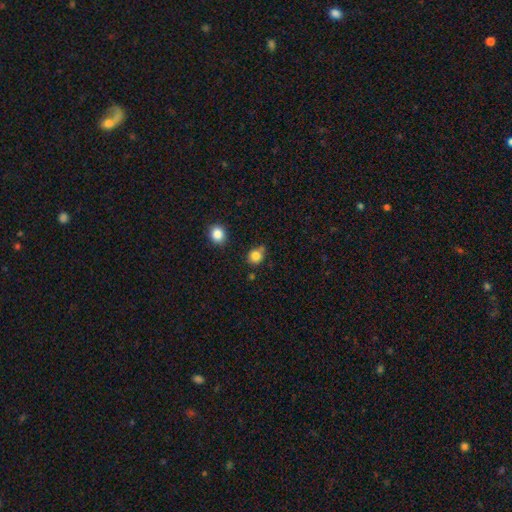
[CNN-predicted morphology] A smooth galaxy with no disk features (83%) that is round (78%).

Vote fractions:
- Smooth or featured? smooth: 83% / star or artifact: 12% / featured or disk: 6%
- How rounded? round: 78% / in between: 21% / cigar-shaped: 1%
- Merging? none: 68% / minor disturbance: 20% / merger: 8% / major disturbance: 4%